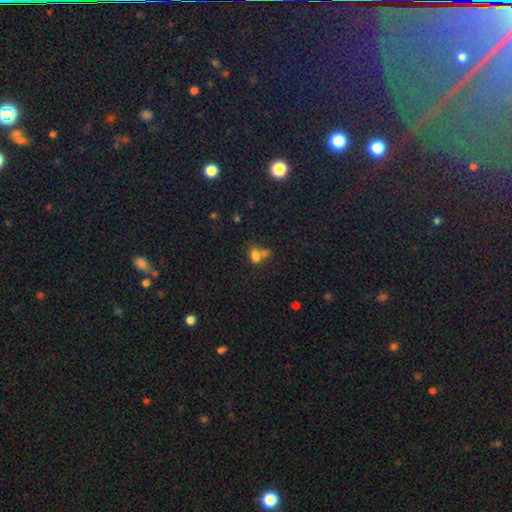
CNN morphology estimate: Smooth or featured?
  - smooth: 73% *
  - star or artifact: 16%
  - featured or disk: 11%
How rounded?
  - in between: 70% *
  - round: 28%
  - cigar-shaped: 2%
Merging?
  - merger: 53% *
  - none: 30%
  - minor disturbance: 11%
  - major disturbance: 6%